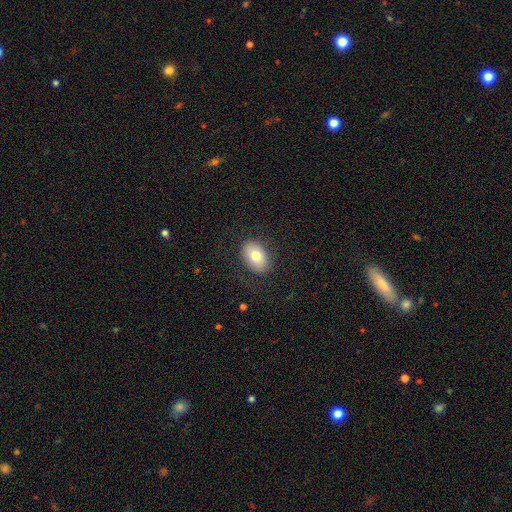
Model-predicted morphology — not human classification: A smooth galaxy with no disk features (77%) that is in between round and cigar-shaped (83%). Merging: none (82%).